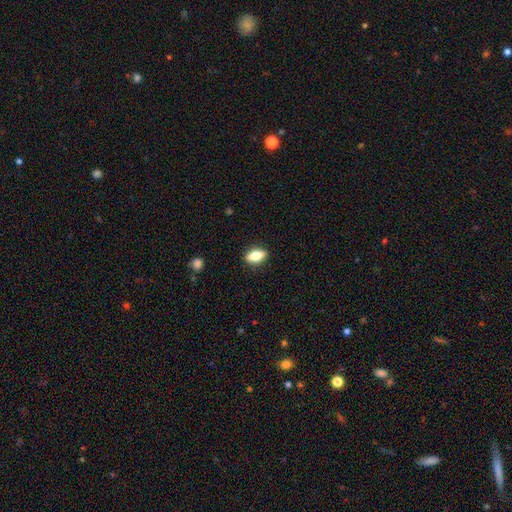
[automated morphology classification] A smooth galaxy with no disk features (71%) that is in between round and cigar-shaped (81%).

Vote fractions:
- Smooth or featured? smooth: 71% / featured or disk: 21% / star or artifact: 8%
- How rounded? in between: 81% / cigar-shaped: 12% / round: 7%
- Merging? none: 87% / minor disturbance: 9% / major disturbance: 2% / merger: 1%